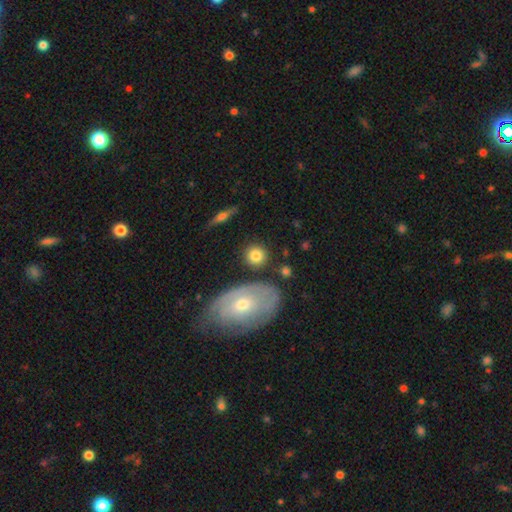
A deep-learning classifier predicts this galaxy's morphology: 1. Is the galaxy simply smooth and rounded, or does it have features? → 80% smooth, 13% featured or disk, 7% star or artifact.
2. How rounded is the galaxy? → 88% round, 11% in between, 2% cigar-shaped.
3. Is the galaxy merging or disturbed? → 81% none, 10% minor disturbance, 6% merger, 3% major disturbance.